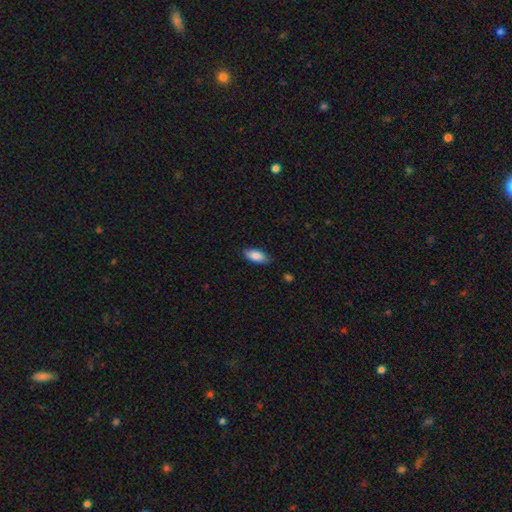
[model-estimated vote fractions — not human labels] Smooth or featured? Predicted: smooth (p=0.87). How rounded? Predicted: in between (p=0.86). Merging? Predicted: none (p=0.83).